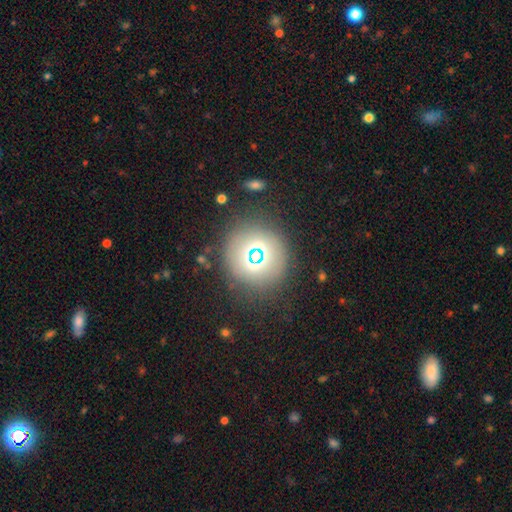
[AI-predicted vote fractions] This is possibly a star or artifact rather than a galaxy (45%).